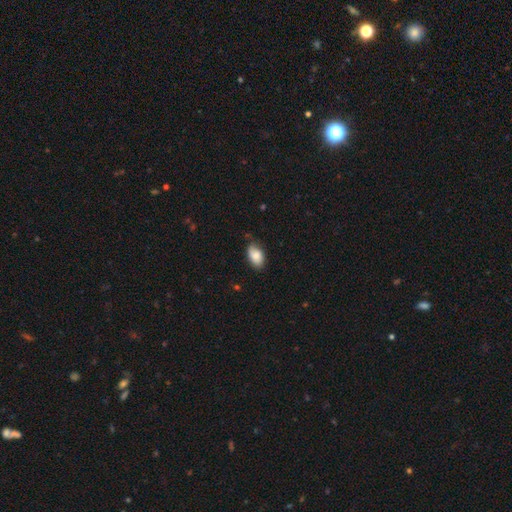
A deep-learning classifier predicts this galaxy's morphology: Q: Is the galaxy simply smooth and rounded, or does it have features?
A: smooth — 78%.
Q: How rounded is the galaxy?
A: in between — 93%.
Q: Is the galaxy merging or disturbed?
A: none — 66%.